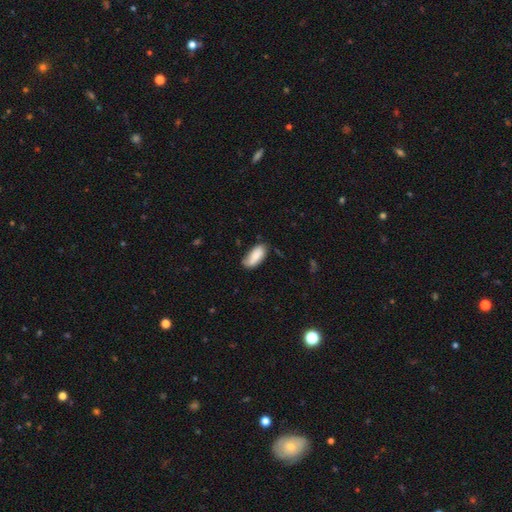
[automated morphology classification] smooth-or-featured: smooth: 77% | featured or disk: 16% | star or artifact: 7%
  how-rounded: in between: 86% | cigar-shaped: 12% | round: 2%
  merging: none: 64% | minor disturbance: 27% | major disturbance: 6% | merger: 3%